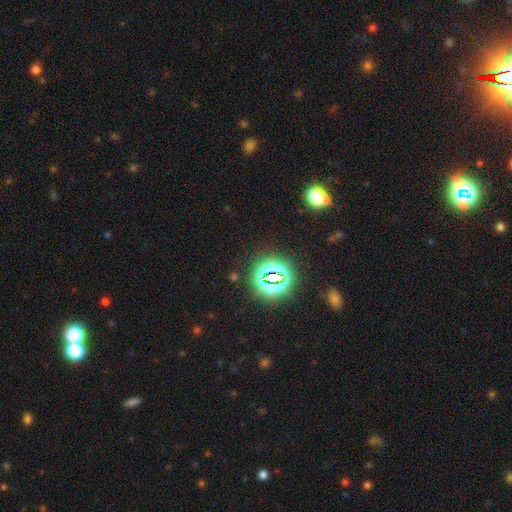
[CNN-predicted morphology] A star or artifact, not a galaxy (77%).

Vote fractions:
- Smooth or featured? star or artifact: 77% / smooth: 17% / featured or disk: 7%